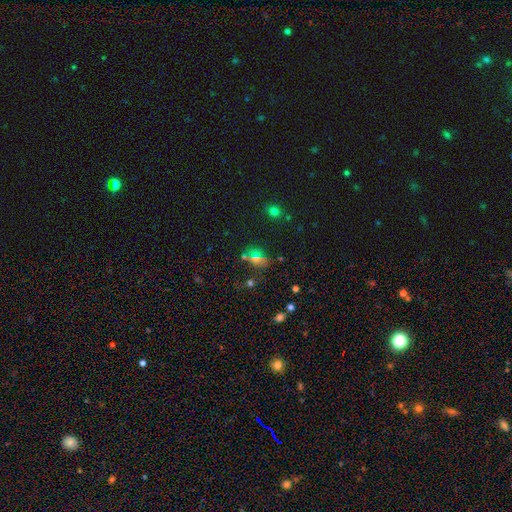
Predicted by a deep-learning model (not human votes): Overall: smooth (49%; star or artifact 36%). Merging: none (73%).